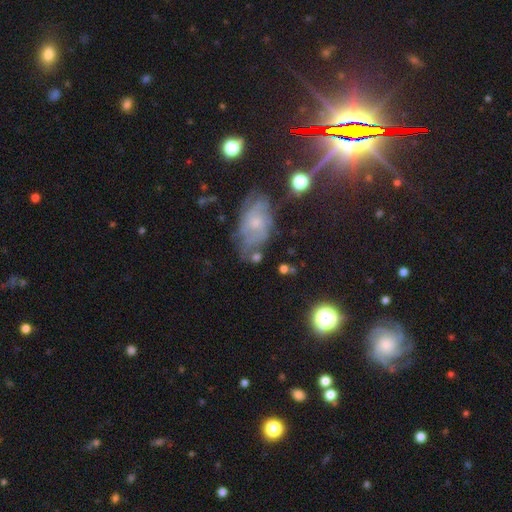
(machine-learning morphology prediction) A featured or disk galaxy (52%). Merging: none (55%).